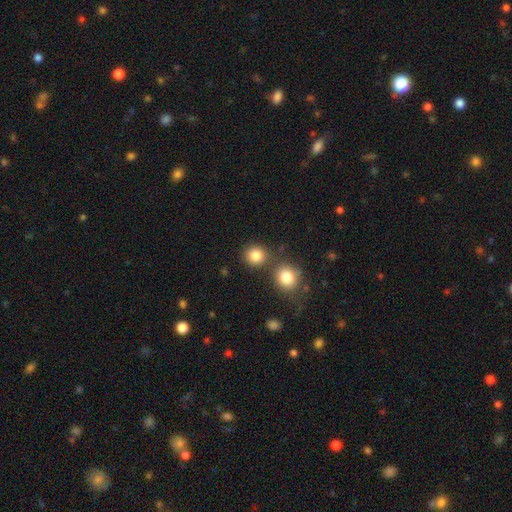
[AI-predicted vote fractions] Smooth or featured? smooth (83%)
How rounded? round (86%)
Merging? none (71%)